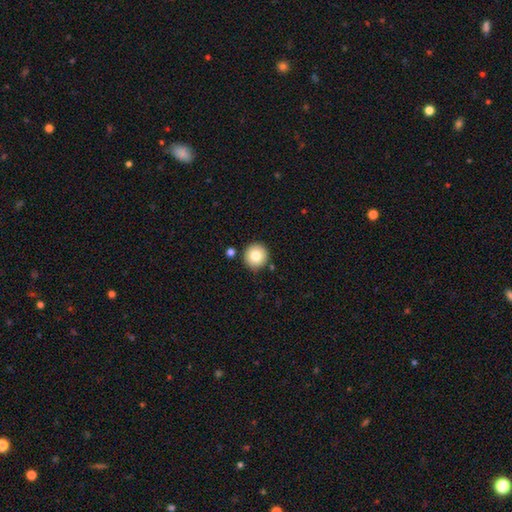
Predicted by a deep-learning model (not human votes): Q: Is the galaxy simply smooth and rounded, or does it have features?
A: smooth — 81%.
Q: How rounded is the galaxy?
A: round — 96%.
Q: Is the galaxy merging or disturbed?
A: none — 87%.